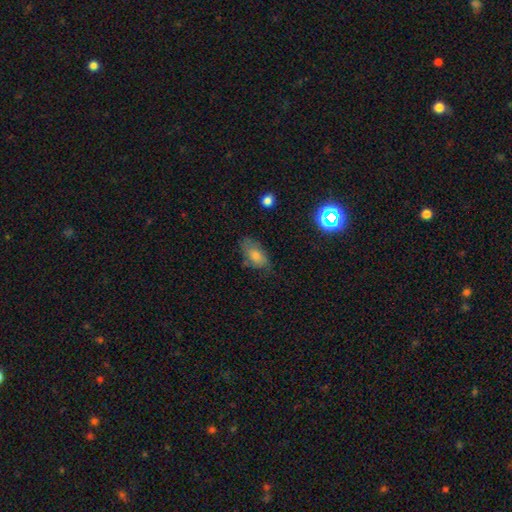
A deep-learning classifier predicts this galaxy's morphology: Overall: smooth (72%). How rounded: in between (91%). Merging: none (58%; minor disturbance 28%).